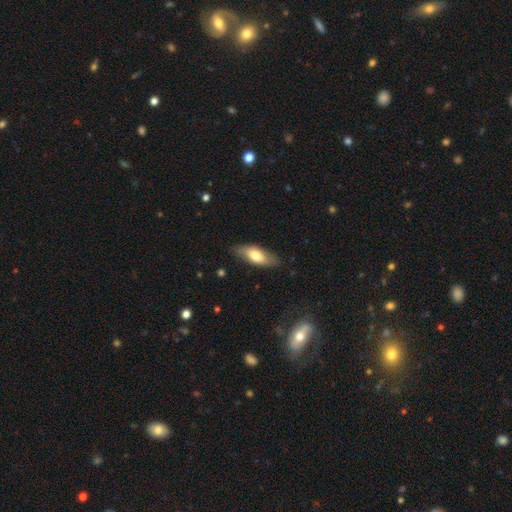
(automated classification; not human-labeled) smooth-or-featured: smooth: 69% | featured or disk: 26% | star or artifact: 6%
  how-rounded: in between: 77% | cigar-shaped: 21% | round: 3%
  merging: none: 79% | minor disturbance: 17% | major disturbance: 3% | merger: 1%